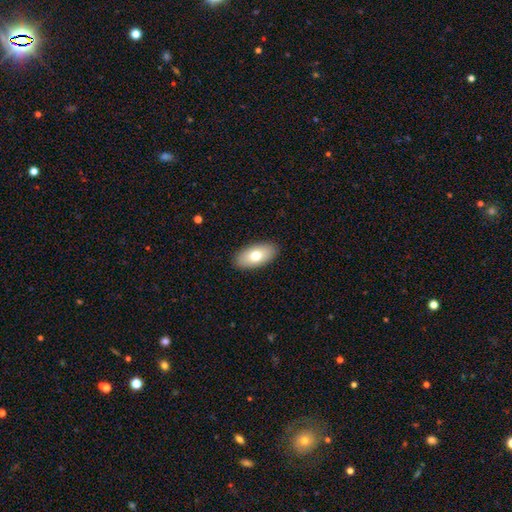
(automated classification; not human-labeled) Smooth or featured? Predicted: smooth (p=0.74). How rounded? Predicted: in between (p=0.94). Merging? Predicted: none (p=0.90).